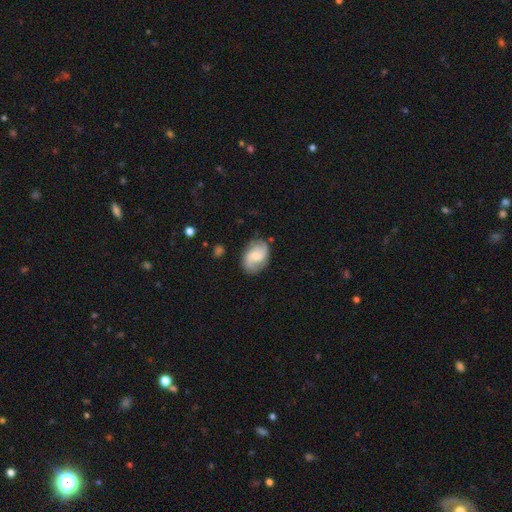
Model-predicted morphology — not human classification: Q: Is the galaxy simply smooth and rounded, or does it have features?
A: featured or disk — 66%.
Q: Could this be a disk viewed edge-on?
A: no — 97%.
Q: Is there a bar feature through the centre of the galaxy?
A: no — 50%.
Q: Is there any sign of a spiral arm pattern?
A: yes — 93%.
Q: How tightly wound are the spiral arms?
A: medium — 46%.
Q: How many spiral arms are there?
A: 2 — 77%.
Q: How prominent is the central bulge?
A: small — 51%.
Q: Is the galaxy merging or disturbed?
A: none — 76%.